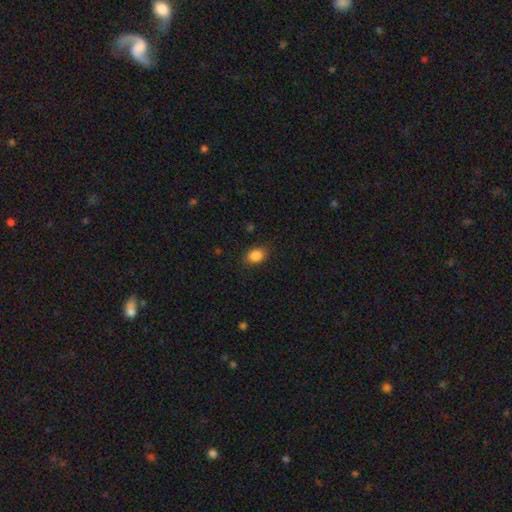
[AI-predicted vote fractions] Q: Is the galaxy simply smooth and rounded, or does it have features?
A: smooth — 87%.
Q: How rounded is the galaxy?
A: in between — 73%.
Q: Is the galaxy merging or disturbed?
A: none — 85%.